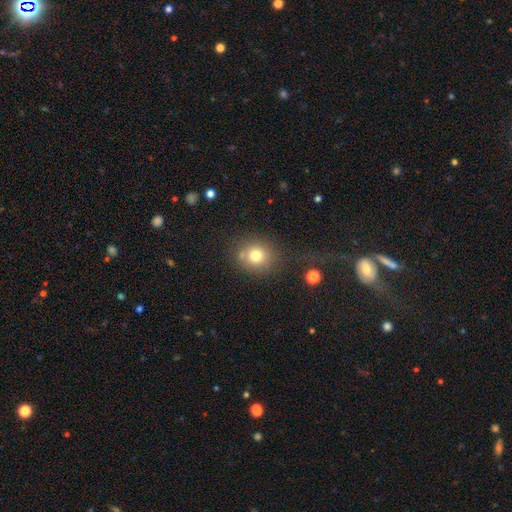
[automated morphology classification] Overall: smooth (76%). How rounded: round (84%). Merging: none (69%).